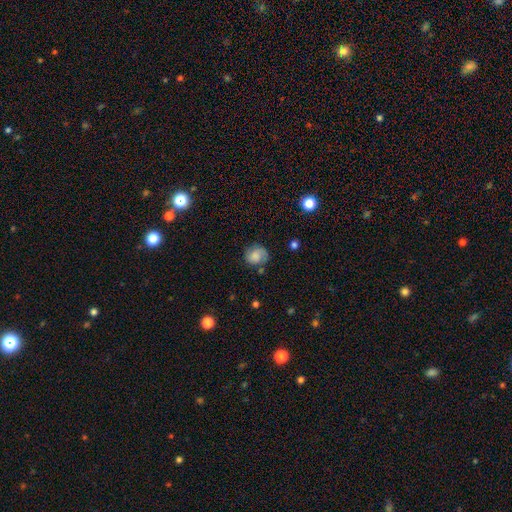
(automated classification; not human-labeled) Smooth or featured?
  - smooth: 65% *
  - featured or disk: 25%
  - star or artifact: 10%
How rounded?
  - round: 74% *
  - in between: 25%
  - cigar-shaped: 1%
Merging?
  - none: 65% *
  - minor disturbance: 23%
  - major disturbance: 8%
  - merger: 4%